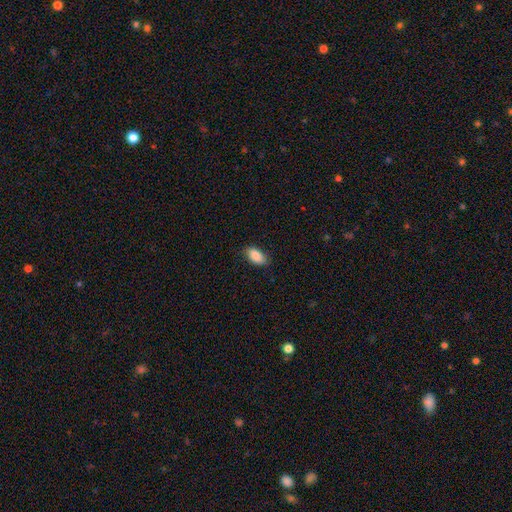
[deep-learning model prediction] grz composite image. It shows a smooth galaxy with no disk features (88%) that is in between round and cigar-shaped (93%). Merging: none (83%).